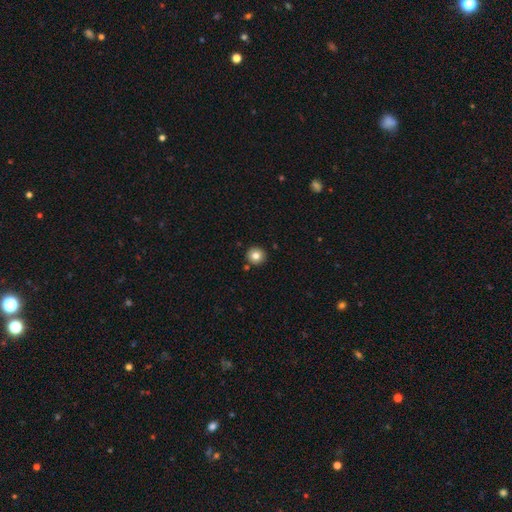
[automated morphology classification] The model was most divided on "smooth or featured": smooth: 81%, star or artifact: 10%, featured or disk: 9%. More confident: how rounded — round (94%); merging — none (90%).